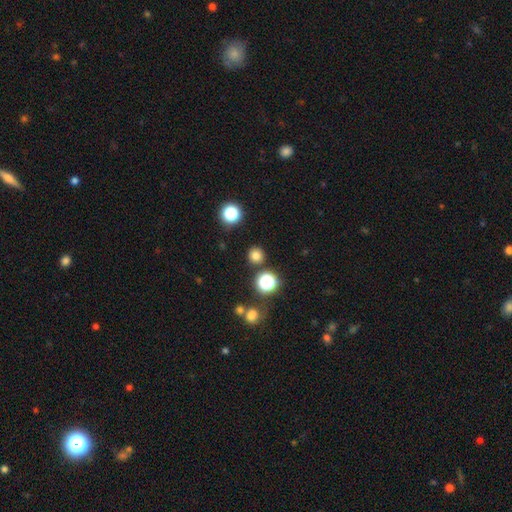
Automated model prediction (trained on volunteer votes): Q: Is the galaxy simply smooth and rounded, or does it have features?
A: smooth — 77%.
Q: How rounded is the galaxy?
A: round — 94%.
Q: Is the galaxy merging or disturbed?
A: none — 88%.